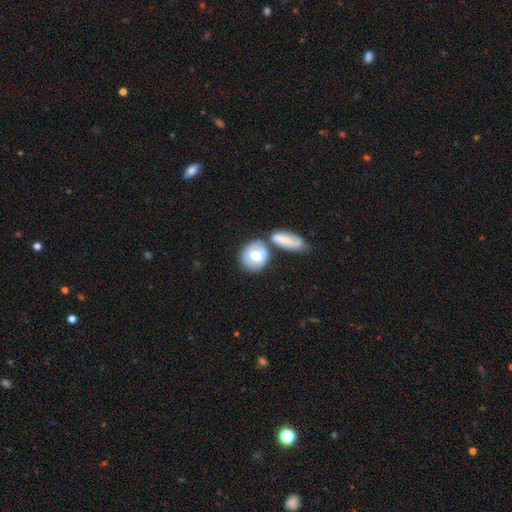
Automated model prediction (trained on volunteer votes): This appears to be a smooth galaxy with no disk features (63%) that is round (69%). Merging: none (57%).